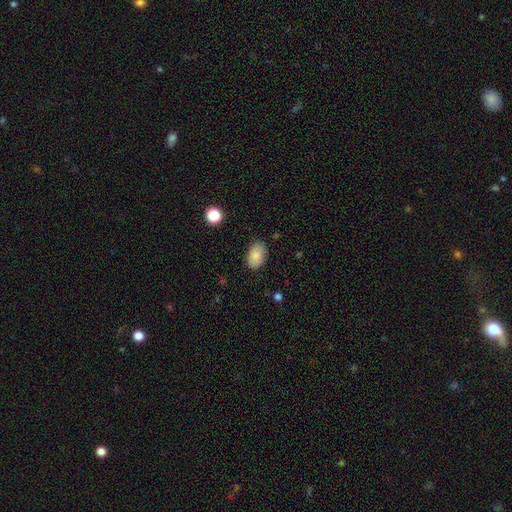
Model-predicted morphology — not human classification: A smooth galaxy with no disk features (85%) that is in between round and cigar-shaped (88%). Merging: none (85%).